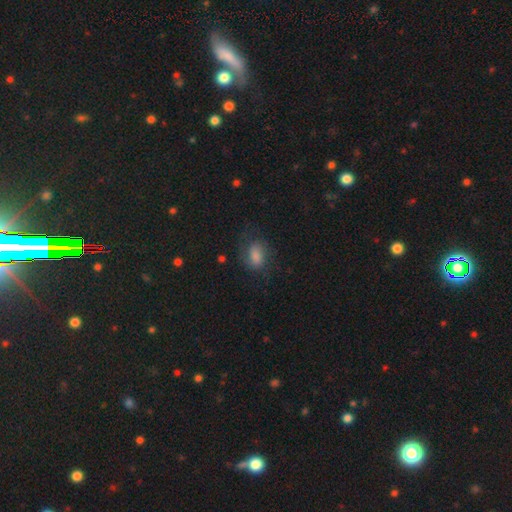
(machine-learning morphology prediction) A smooth galaxy with no disk features (63%) that is in between round and cigar-shaped (76%). Merging: none (67%).